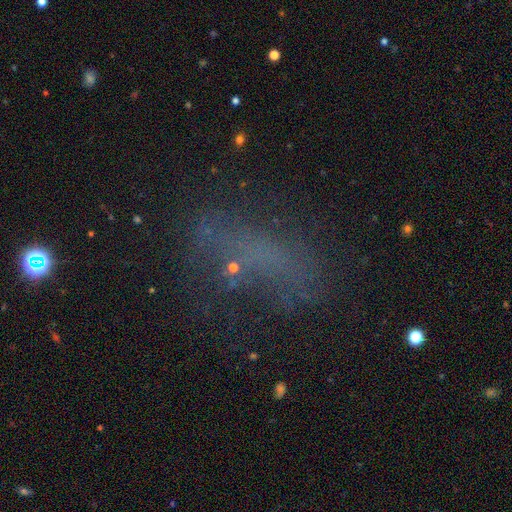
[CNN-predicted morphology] Smooth or featured? smooth (43%)
Merging? none (56%)